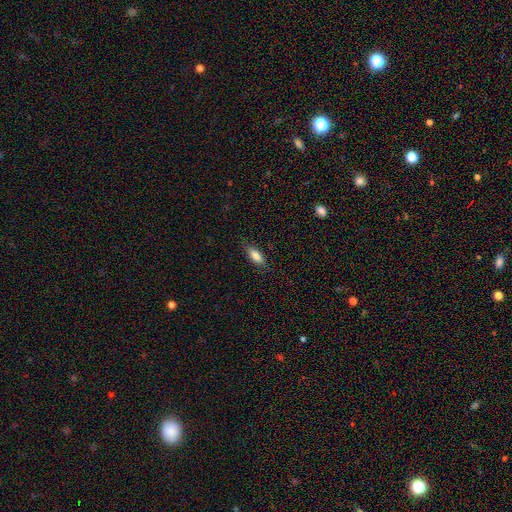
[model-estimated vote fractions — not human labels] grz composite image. It shows a smooth galaxy with no disk features (83%) that is in between round and cigar-shaped (69%). Merging: none (80%).